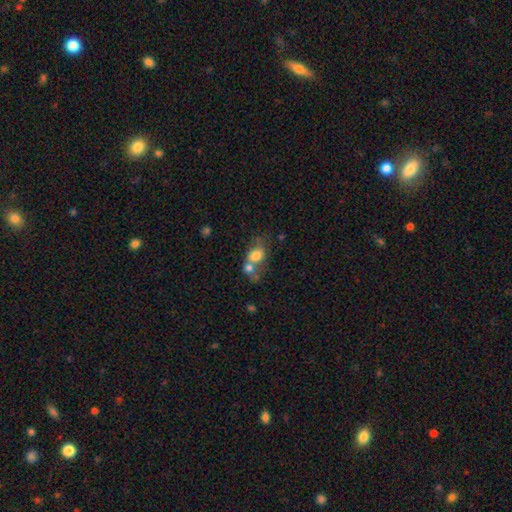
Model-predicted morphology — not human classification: Smooth or featured? smooth (74%)
How rounded? in between (66%)
Merging? merger (53%)